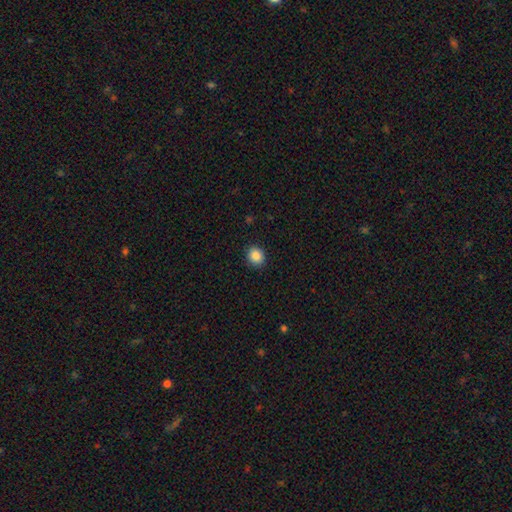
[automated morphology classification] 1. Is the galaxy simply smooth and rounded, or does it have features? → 87% smooth, 9% star or artifact, 4% featured or disk.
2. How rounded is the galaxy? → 71% round, 28% in between, 1% cigar-shaped.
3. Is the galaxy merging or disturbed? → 90% none, 7% minor disturbance, 2% major disturbance, 1% merger.